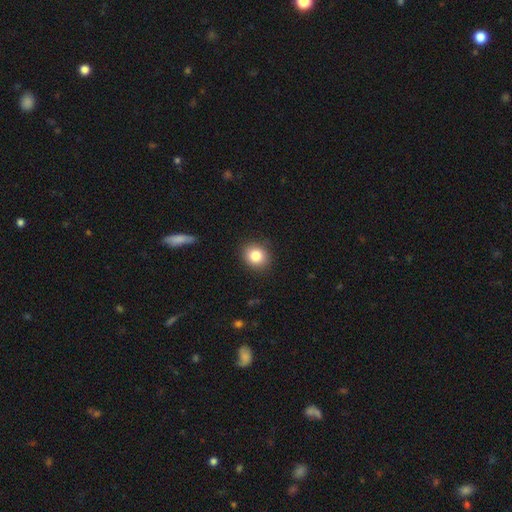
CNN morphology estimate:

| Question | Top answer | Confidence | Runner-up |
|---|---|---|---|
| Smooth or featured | smooth | 83% | star or artifact (10%) |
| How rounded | round | 75% | in between (24%) |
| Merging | none | 89% | minor disturbance (8%) |